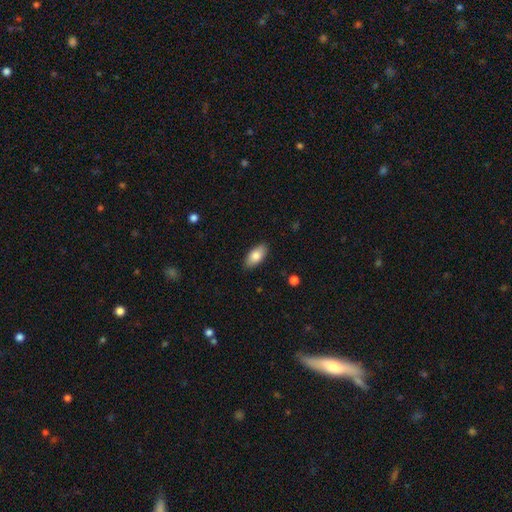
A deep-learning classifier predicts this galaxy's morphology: Smooth or featured? smooth (82%)
How rounded? in between (90%)
Merging? none (88%)